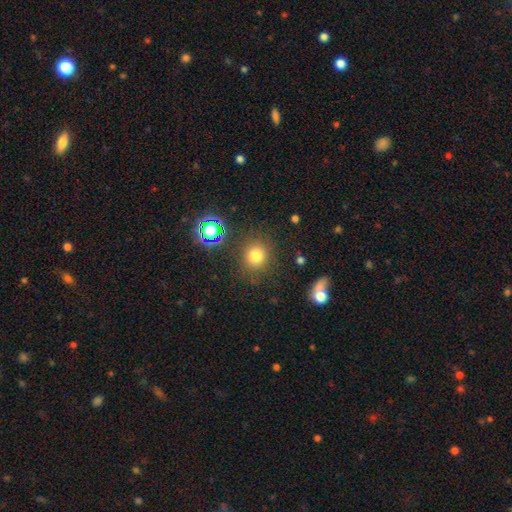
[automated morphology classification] This is likely a smooth galaxy (76%). How rounded: clearly round (85%). Merging: clearly none (83%).